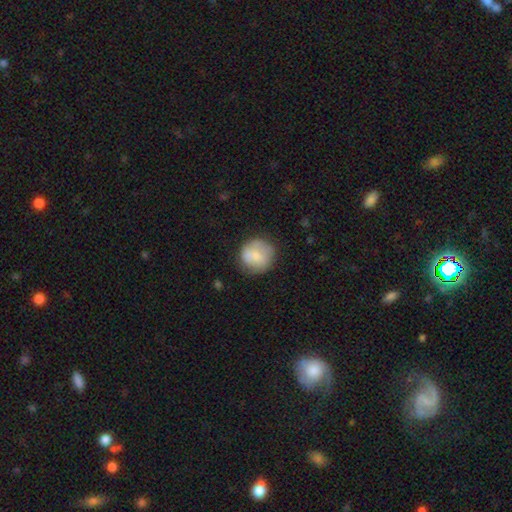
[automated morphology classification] This is likely a smooth galaxy (73%). How rounded: clearly round (91%). Merging: likely none (72%).